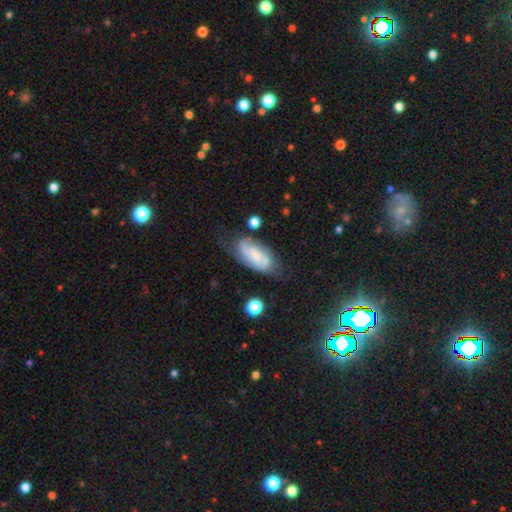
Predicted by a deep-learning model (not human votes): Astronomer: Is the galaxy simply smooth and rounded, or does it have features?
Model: featured or disk — 49% (runner-up: smooth, 43%).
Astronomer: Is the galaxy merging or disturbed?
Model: none — 54%.